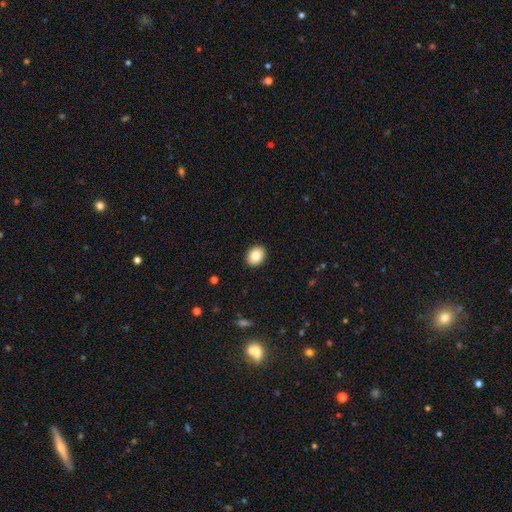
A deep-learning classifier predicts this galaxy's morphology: Q: Smooth or featured?
A: smooth (83%); runner-up: featured or disk (9%)
Q: How rounded?
A: round (55%); runner-up: in between (44%)
Q: Merging?
A: none (92%); runner-up: minor disturbance (6%)